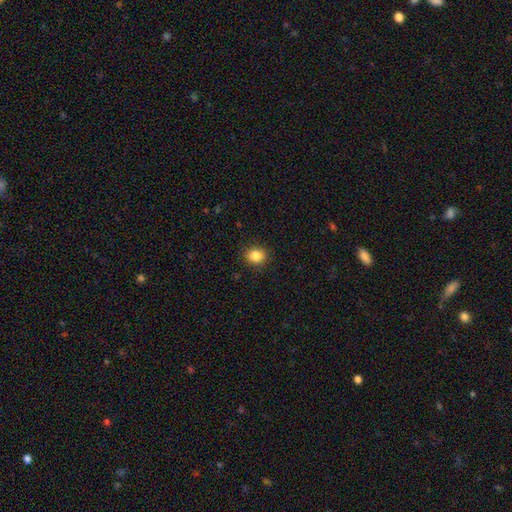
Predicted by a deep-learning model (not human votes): Smooth or featured? Predicted: smooth (p=0.85). How rounded? Predicted: round (p=0.66). Merging? Predicted: none (p=0.89).